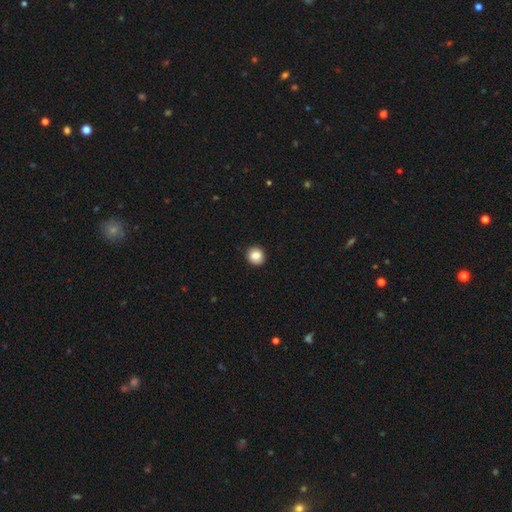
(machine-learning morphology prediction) smooth 85%, star or artifact 9%, featured or disk 6%. Down the decision tree: how rounded — round (85%); merging — none (91%).